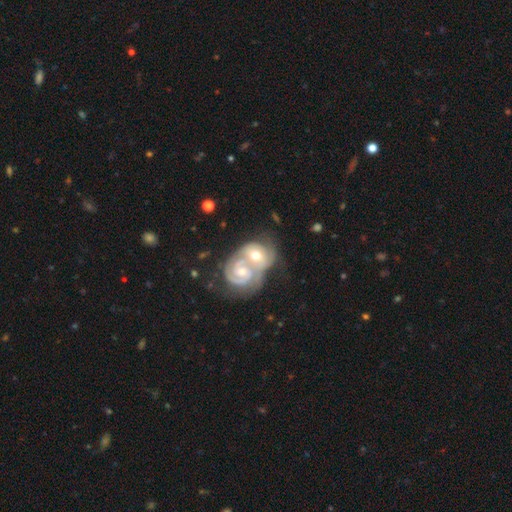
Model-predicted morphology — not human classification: Q: Smooth or featured?
A: featured or disk (77%); runner-up: smooth (16%)
Q: Edge-on disk?
A: no (97%); runner-up: yes (3%)
Q: Bar?
A: no (61%); runner-up: weak (30%)
Q: Spiral arms?
A: yes (84%); runner-up: no (16%)
Q: Spiral winding?
A: tight (62%); runner-up: medium (30%)
Q: Spiral arm count?
A: 2 (53%); runner-up: can't tell (28%)
Q: Bulge size?
A: moderate (58%); runner-up: small (36%)
Q: Merging?
A: merger (73%); runner-up: none (18%)